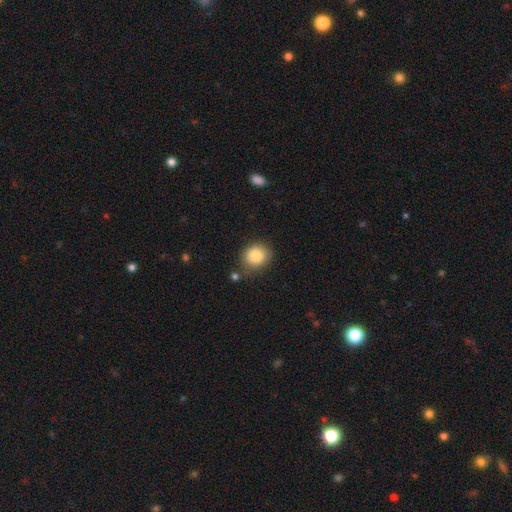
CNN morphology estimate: smooth 83%, star or artifact 9%, featured or disk 8%. Down the decision tree: how rounded — round (71%); merging — none (75%).